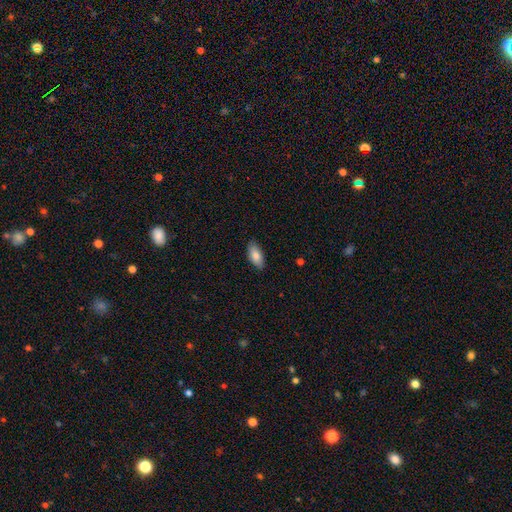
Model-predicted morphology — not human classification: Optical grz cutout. It shows a smooth galaxy with no disk features (83%) that is in between round and cigar-shaped (91%). Merging: none (85%).